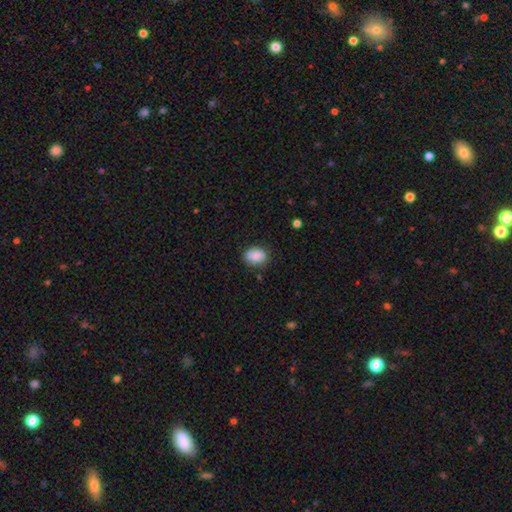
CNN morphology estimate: This appears to be a smooth galaxy with no disk features (85%) that is in between round and cigar-shaped (66%). Merging: none (78%).